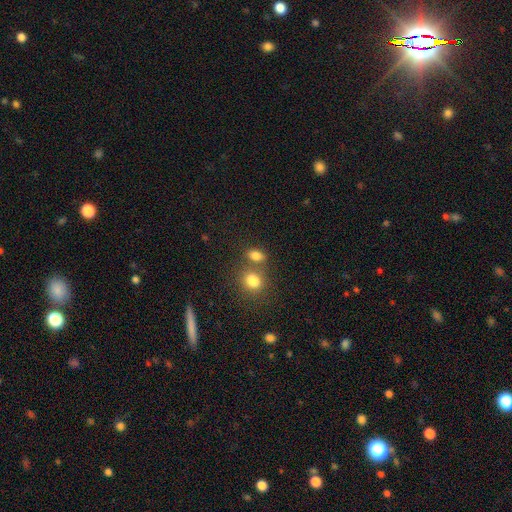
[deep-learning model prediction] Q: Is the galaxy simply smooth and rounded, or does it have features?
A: smooth — 81%.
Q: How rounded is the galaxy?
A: in between — 76%.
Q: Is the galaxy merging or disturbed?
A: none — 54%.